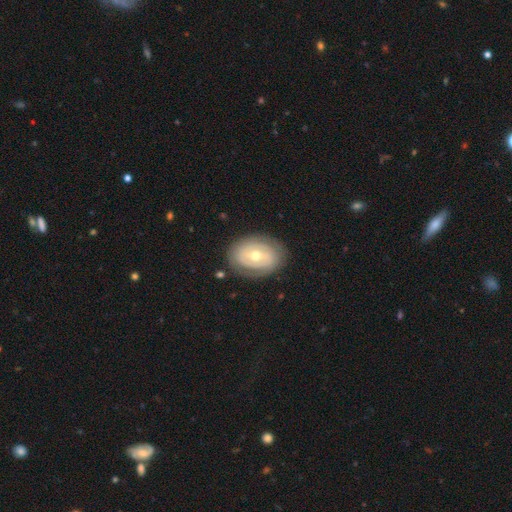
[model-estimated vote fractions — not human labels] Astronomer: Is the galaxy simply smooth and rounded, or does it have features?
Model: featured or disk — 70%.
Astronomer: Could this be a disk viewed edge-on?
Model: no — 95%.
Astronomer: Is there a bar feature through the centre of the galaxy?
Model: no — 51% (runner-up: weak, 35%).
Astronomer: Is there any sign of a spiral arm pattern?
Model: yes — 63%.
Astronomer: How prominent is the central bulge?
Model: moderate — 62%.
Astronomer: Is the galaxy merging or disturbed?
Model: none — 80%.